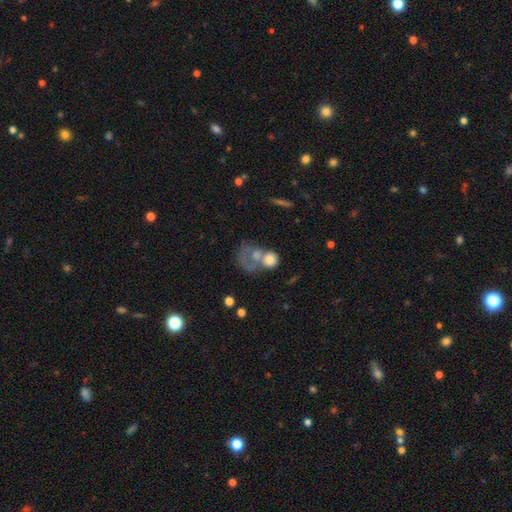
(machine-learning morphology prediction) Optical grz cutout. It shows a smooth galaxy with no disk features (51%) that is round (50%). Merging: merger (45%).